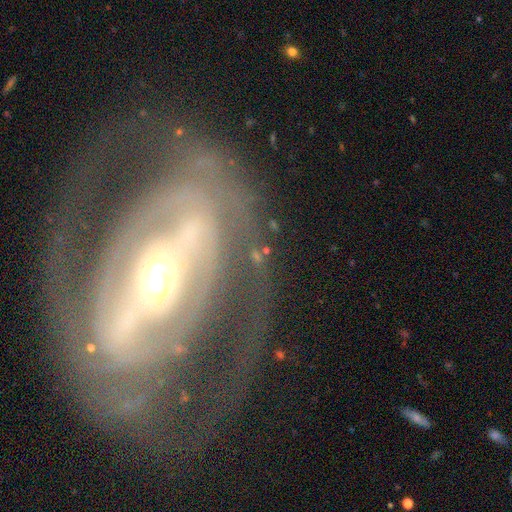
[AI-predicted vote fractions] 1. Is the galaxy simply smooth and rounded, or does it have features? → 79% featured or disk, 12% smooth, 9% star or artifact.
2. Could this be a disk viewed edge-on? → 93% no, 7% yes.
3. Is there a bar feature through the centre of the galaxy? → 44% no, 29% weak, 28% strong.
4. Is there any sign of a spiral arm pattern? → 76% yes, 24% no.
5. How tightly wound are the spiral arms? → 49% tight, 33% medium, 18% loose.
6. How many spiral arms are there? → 37% 2, 32% can't tell, 10% 3, 9% 1, 6% 4, 6% more than 4.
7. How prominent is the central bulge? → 63% moderate, 18% small, 14% large, 3% dominant, 2% none.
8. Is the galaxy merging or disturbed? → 50% none, 28% major disturbance, 17% minor disturbance, 5% merger.